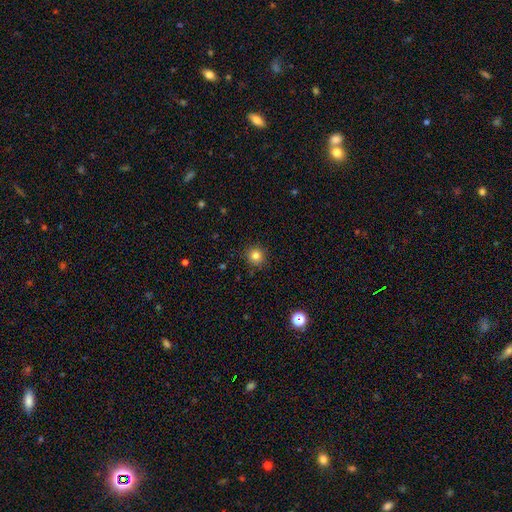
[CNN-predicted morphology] smooth-or-featured: smooth: 82% | star or artifact: 13% | featured or disk: 5%
  how-rounded: round: 93% | in between: 6% | cigar-shaped: 1%
  merging: none: 89% | minor disturbance: 8% | major disturbance: 2% | merger: 1%